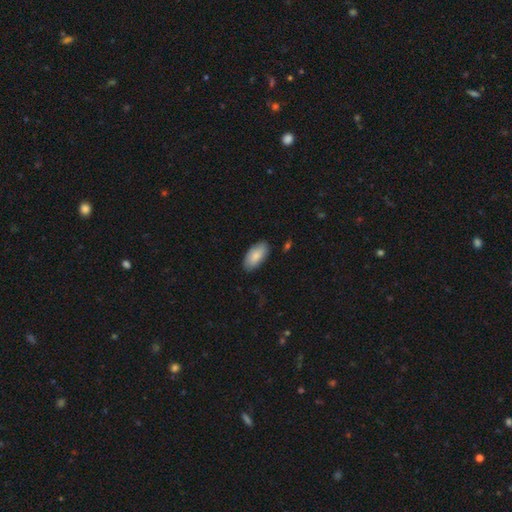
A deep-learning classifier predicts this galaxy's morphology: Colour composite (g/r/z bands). It shows a smooth galaxy with no disk features (83%) that is in between round and cigar-shaped (93%). Merging: none (84%).